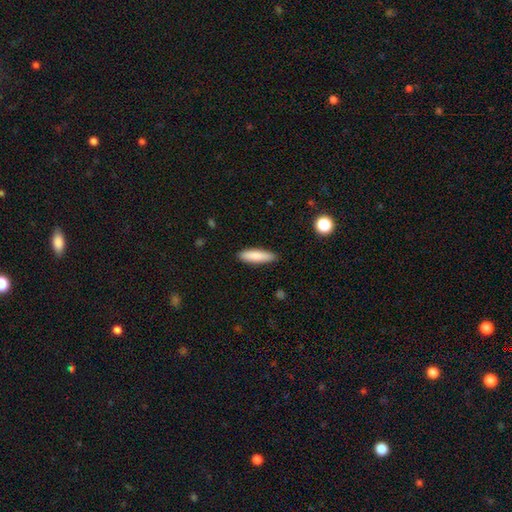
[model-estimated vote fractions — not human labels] A smooth galaxy with no disk features (85%) that is cigar-shaped (69%). Merging: none (88%).